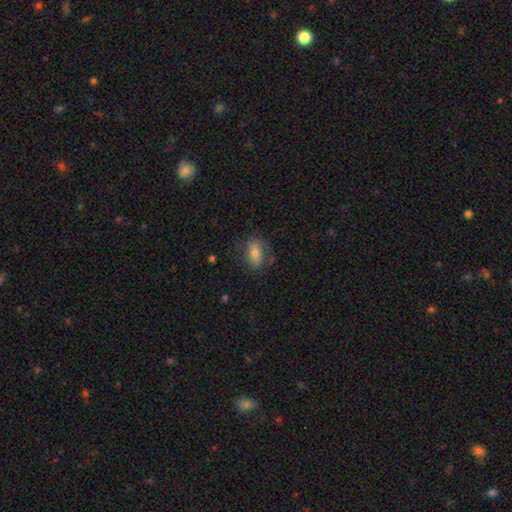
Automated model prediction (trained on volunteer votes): smooth 50%, featured or disk 29%, star or artifact 21%. Down the decision tree: merging — none (76%).